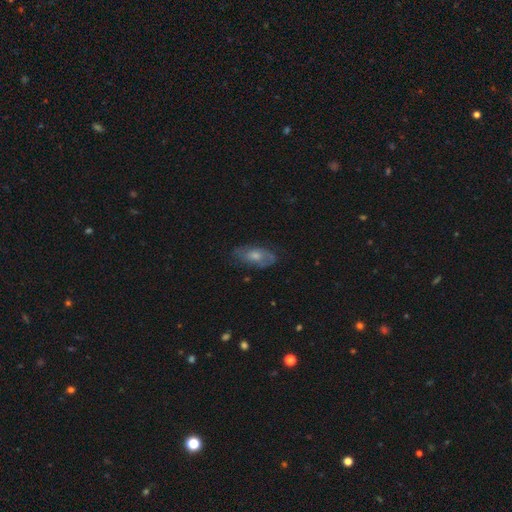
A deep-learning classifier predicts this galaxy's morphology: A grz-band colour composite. It shows a featured or disk galaxy (48%). Merging: none (68%).